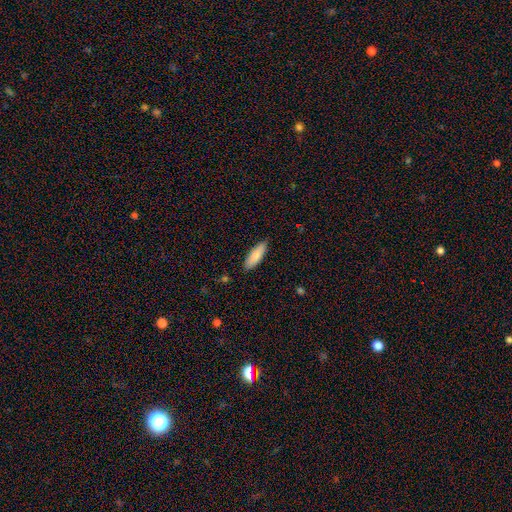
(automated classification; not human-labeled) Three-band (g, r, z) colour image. It shows a smooth galaxy with no disk features (86%) that is in between round and cigar-shaped (56%). Merging: none (85%).